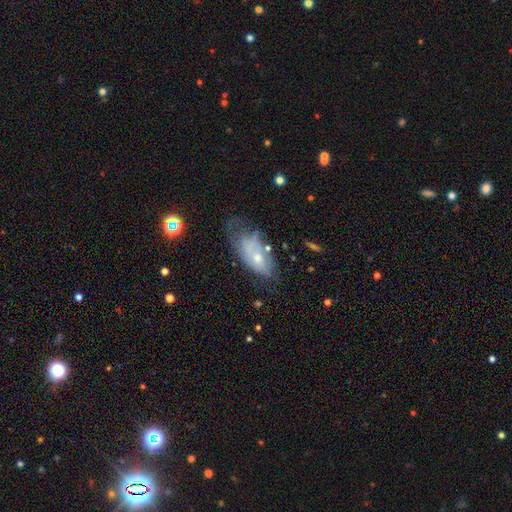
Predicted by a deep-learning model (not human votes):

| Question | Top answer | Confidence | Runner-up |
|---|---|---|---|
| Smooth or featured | featured or disk | 48% | smooth (43%) |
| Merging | major disturbance | 33% | minor disturbance (31%) |